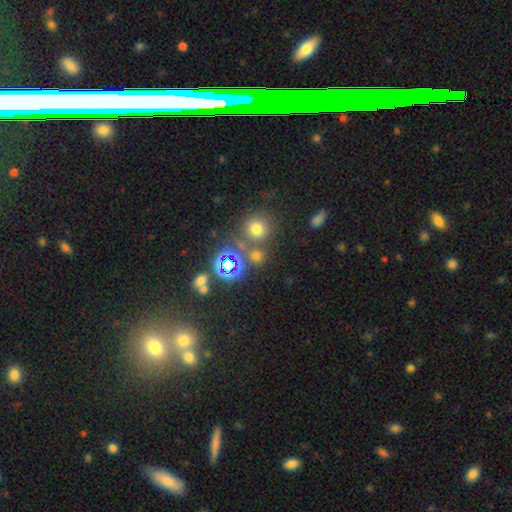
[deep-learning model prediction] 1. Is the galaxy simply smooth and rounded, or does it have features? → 54% smooth, 38% star or artifact, 8% featured or disk.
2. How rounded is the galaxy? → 83% round, 15% in between, 2% cigar-shaped.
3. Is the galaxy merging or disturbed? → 70% none, 16% merger, 9% minor disturbance, 5% major disturbance.